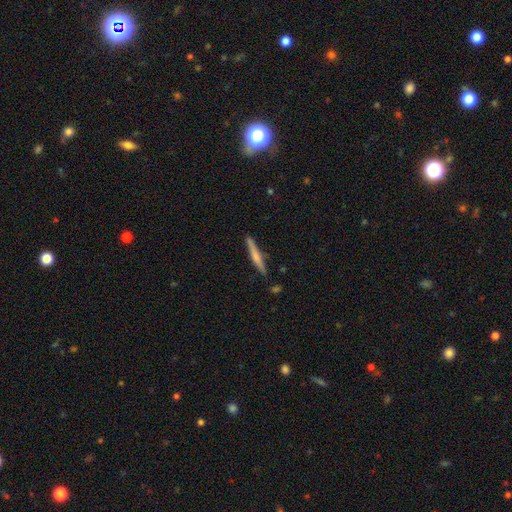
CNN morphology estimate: Smooth or featured?
  - smooth: 51% *
  - featured or disk: 44%
  - star or artifact: 6%
How rounded?
  - cigar-shaped: 94% *
  - in between: 4%
  - round: 2%
Merging?
  - none: 85% *
  - minor disturbance: 11%
  - merger: 2%
  - major disturbance: 2%